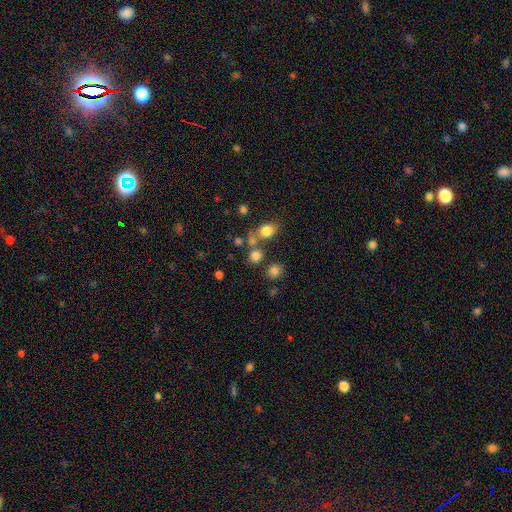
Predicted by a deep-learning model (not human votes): smooth_or_featured: smooth (p=0.77) [alt: star or artifact p=0.15]
how_rounded: round (p=0.81) [alt: in between p=0.18]
merging: none (p=0.65) [alt: merger p=0.22]